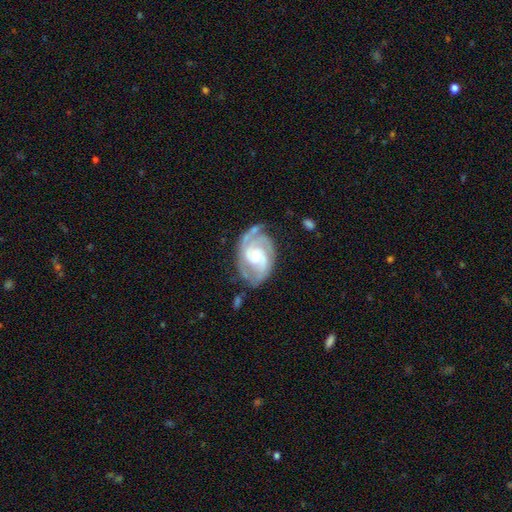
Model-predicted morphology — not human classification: Smooth or featured?
  - featured or disk: 89% *
  - smooth: 6%
  - star or artifact: 5%
Edge-on disk?
  - no: 98% *
  - yes: 2%
Bar?
  - no: 50% *
  - weak: 39%
  - strong: 11%
Spiral arms?
  - yes: 97% *
  - no: 3%
Spiral winding?
  - tight: 53% *
  - medium: 40%
  - loose: 7%
Spiral arm count?
  - 2: 67% *
  - 3: 16%
  - can't tell: 9%
  - 4: 3%
  - 1: 3%
  - more than 4: 2%
Bulge size?
  - small: 43% * (tied)
  - moderate: 43% * (tied)
  - large: 8%
  - none: 5%
  - dominant: 1%
Merging?
  - none: 67% *
  - minor disturbance: 21%
  - major disturbance: 9%
  - merger: 3%